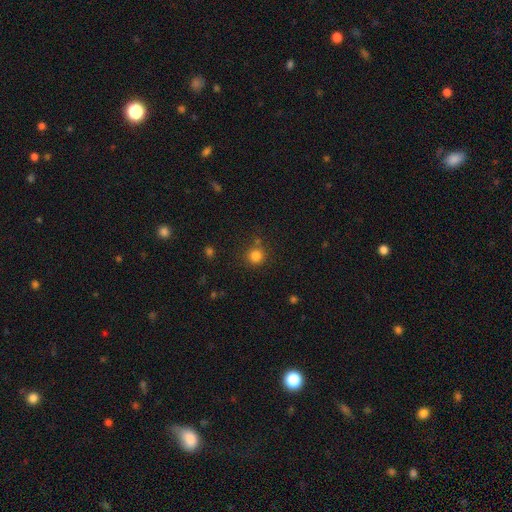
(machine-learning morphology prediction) type=smooth (82%); roundness=round (93%); merging=none (80%).